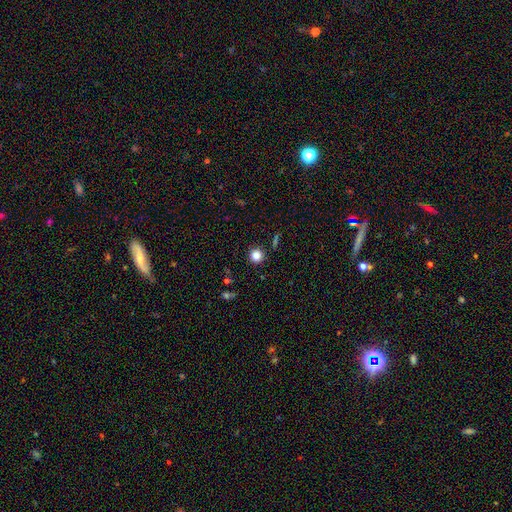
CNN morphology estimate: smooth_or_featured: smooth (p=0.83) [alt: star or artifact p=0.12]
how_rounded: round (p=0.94) [alt: in between p=0.05]
merging: none (p=0.91) [alt: minor disturbance p=0.06]